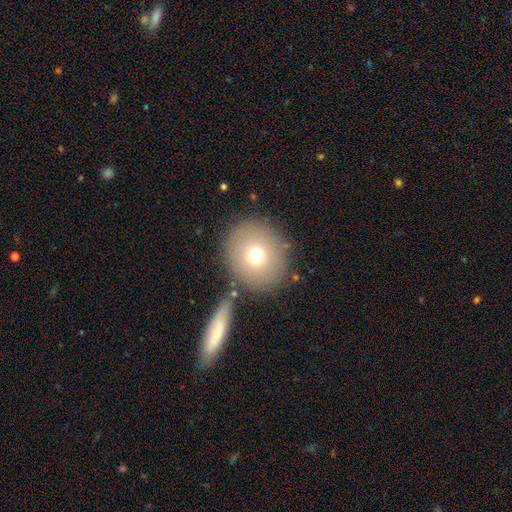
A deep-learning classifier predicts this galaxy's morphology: This appears to be a smooth galaxy with no disk features (72%) that is round (85%). Merging: none (82%).